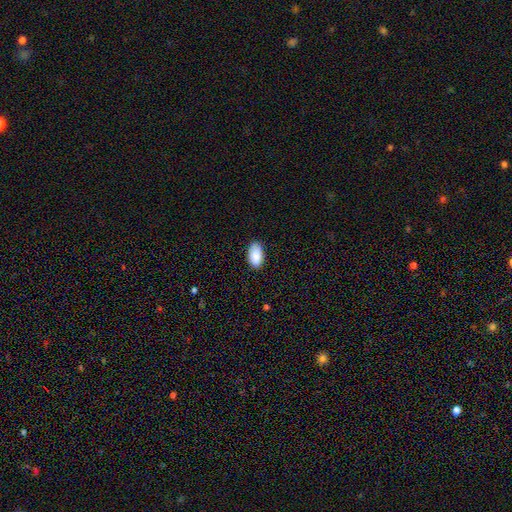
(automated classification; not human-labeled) The model was most divided on "merging": none: 84%, minor disturbance: 13%, major disturbance: 2%, merger: 1%. More confident: how rounded — in between (95%); smooth or featured — smooth (89%).